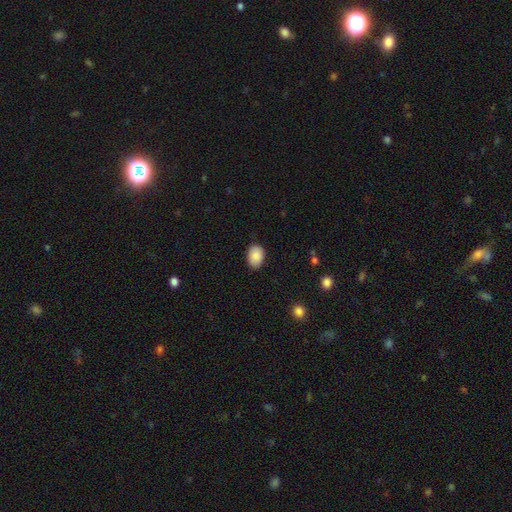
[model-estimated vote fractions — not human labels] This is clearly a smooth galaxy (88%). How rounded: clearly in between (83%). Merging: clearly none (85%).